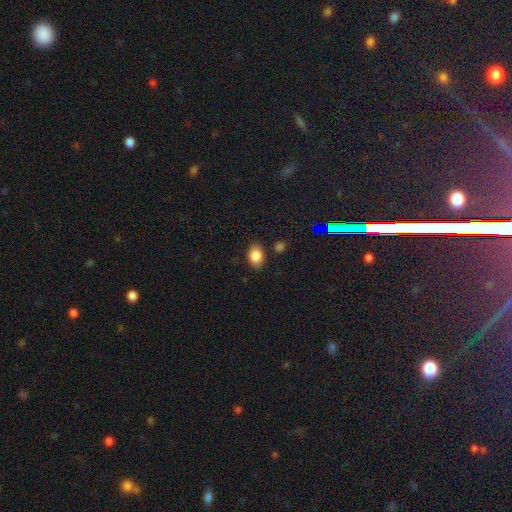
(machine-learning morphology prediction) A smooth galaxy with no disk features (84%) that is in between round and cigar-shaped (84%).

Vote fractions:
- Smooth or featured? smooth: 84% / star or artifact: 9% / featured or disk: 7%
- How rounded? in between: 84% / round: 15% / cigar-shaped: 1%
- Merging? none: 82% / minor disturbance: 12% / merger: 3% / major disturbance: 3%